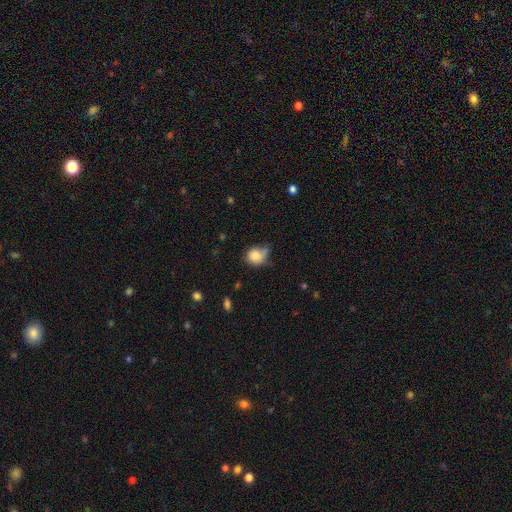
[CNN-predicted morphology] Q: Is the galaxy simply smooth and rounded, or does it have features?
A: smooth — 81%.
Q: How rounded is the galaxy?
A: round — 63%.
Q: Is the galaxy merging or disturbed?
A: none — 39%.